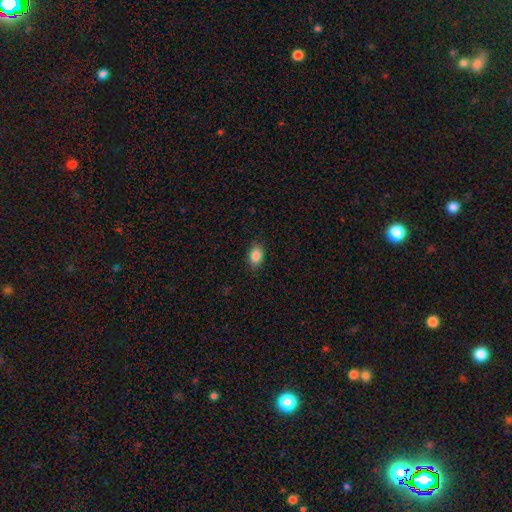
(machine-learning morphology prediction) Q: Smooth or featured?
A: smooth (86%); runner-up: star or artifact (8%)
Q: How rounded?
A: in between (82%); runner-up: round (17%)
Q: Merging?
A: none (87%); runner-up: minor disturbance (10%)